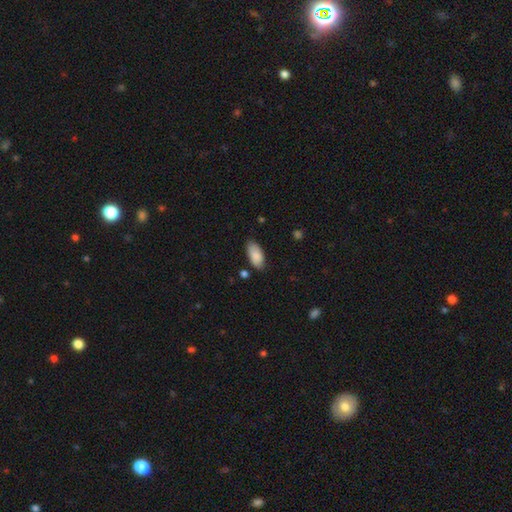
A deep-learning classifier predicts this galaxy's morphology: type=smooth (88%); roundness=in between (92%); merging=none (79%).